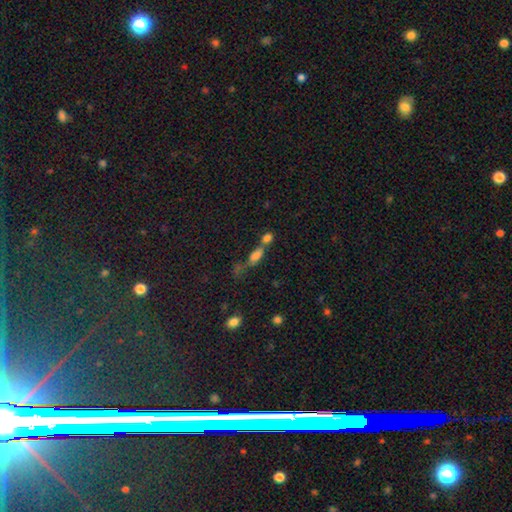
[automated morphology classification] This appears to be a smooth galaxy with no disk features (67%) that is in between round and cigar-shaped (65%). Merging: merger (54%).